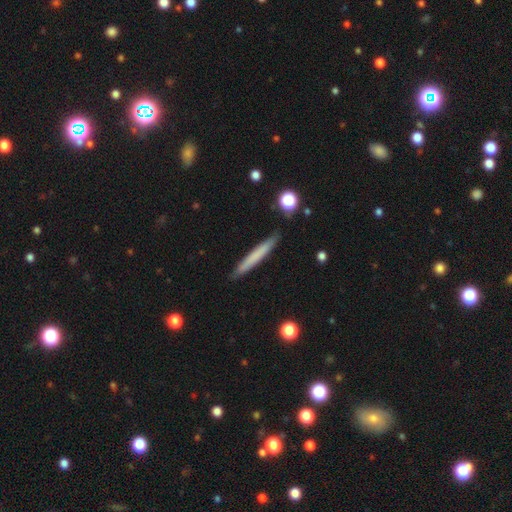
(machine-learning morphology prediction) The model was most divided on "smooth or featured": smooth: 68%, featured or disk: 26%, star or artifact: 6%. More confident: how rounded — cigar-shaped (96%); merging — none (89%).